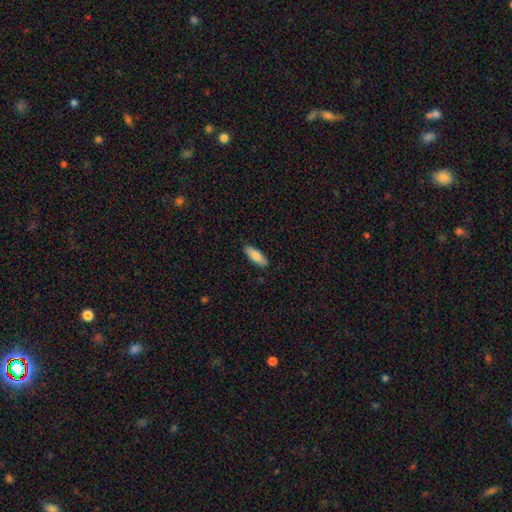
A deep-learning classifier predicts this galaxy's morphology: Smooth or featured: smooth — 85% (featured or disk — 10%)
How rounded: in between — 62% (cigar-shaped — 37%)
Merging: none — 88% (minor disturbance — 9%)